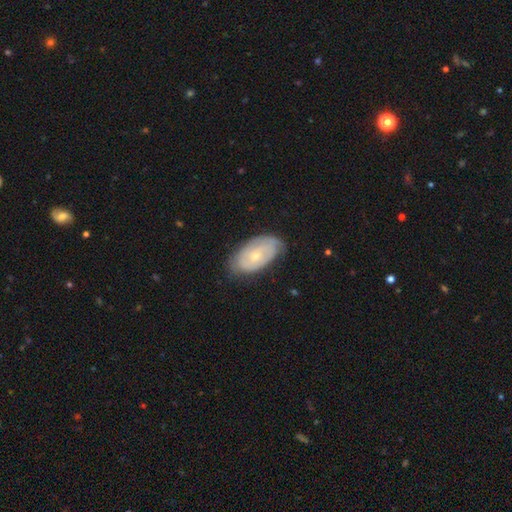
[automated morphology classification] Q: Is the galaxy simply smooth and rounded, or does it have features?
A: featured or disk — 53%.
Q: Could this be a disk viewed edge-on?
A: no — 93%.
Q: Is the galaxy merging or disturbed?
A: none — 69%.